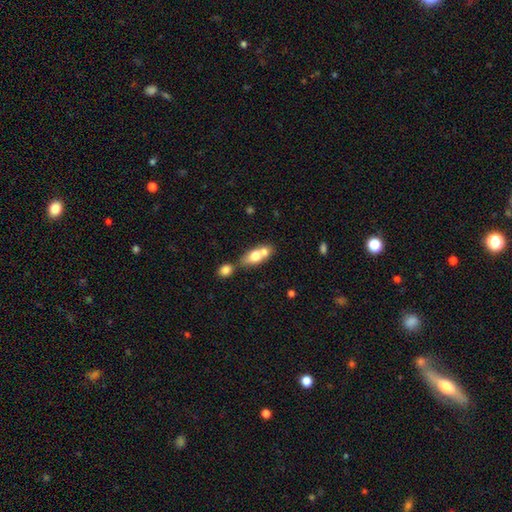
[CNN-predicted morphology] smooth-or-featured: smooth: 67% | featured or disk: 25% | star or artifact: 8%
  how-rounded: in between: 70% | round: 18% | cigar-shaped: 12%
  merging: merger: 54% | none: 32% | minor disturbance: 9% | major disturbance: 4%